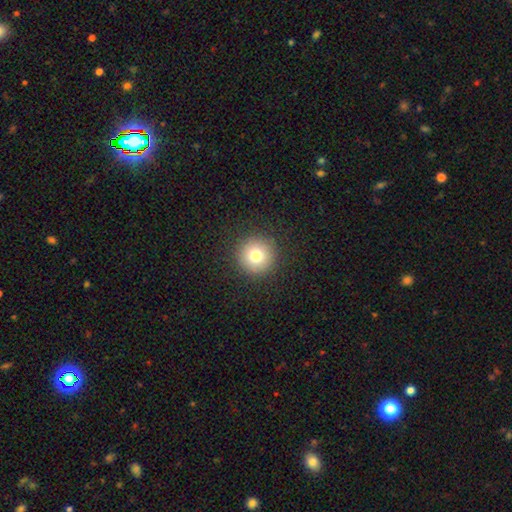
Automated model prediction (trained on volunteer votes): Overall: smooth (78%). How rounded: round (96%). Merging: none (91%).